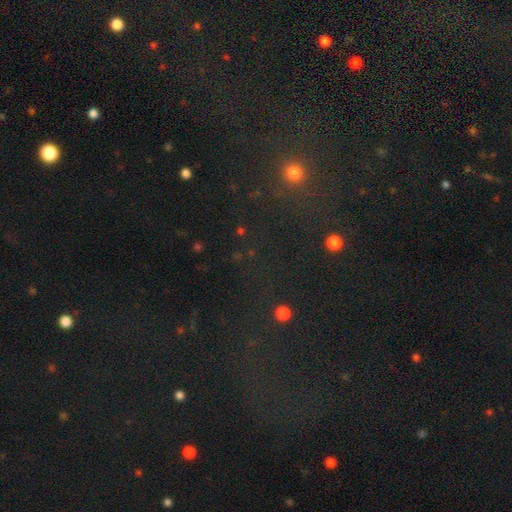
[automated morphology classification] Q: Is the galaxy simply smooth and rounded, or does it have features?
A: star or artifact — 61%.